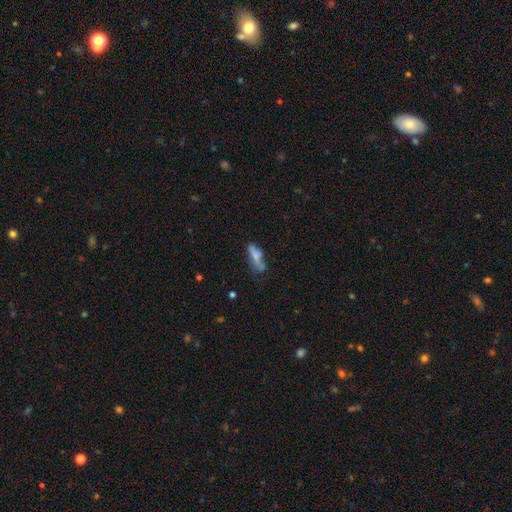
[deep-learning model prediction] This is likely a smooth galaxy (62%). How rounded: possibly in between (51%). Merging: marginally none (41%).